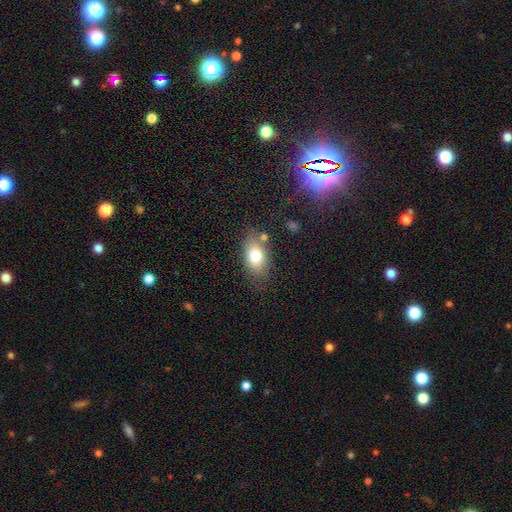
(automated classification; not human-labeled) Smooth or featured? smooth (75%)
How rounded? in between (86%)
Merging? none (72%)